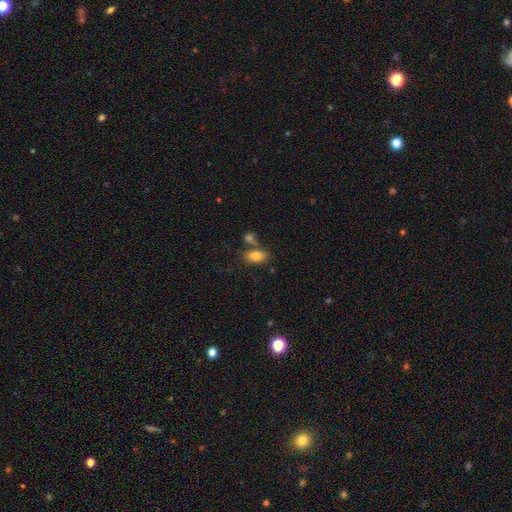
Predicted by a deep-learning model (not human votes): smooth-or-featured: smooth: 82% | featured or disk: 10% | star or artifact: 9%
  how-rounded: in between: 89% | round: 8% | cigar-shaped: 3%
  merging: none: 60% | merger: 22% | minor disturbance: 14% | major disturbance: 5%